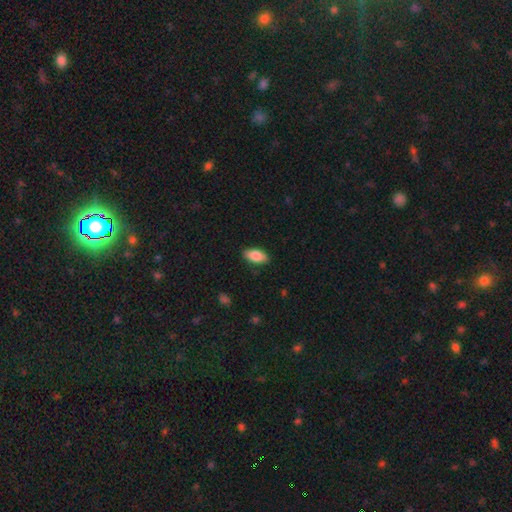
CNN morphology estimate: Smooth or featured?
  - smooth: 86% *
  - featured or disk: 8%
  - star or artifact: 6%
How rounded?
  - in between: 91% *
  - cigar-shaped: 7%
  - round: 2%
Merging?
  - none: 87% *
  - minor disturbance: 10%
  - major disturbance: 2%
  - merger: 1%